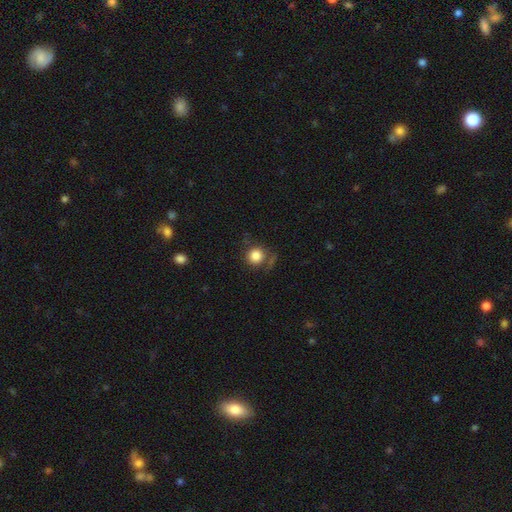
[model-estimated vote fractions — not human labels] This appears to be a smooth galaxy with no disk features (83%) that is round (91%). Merging: none (69%).